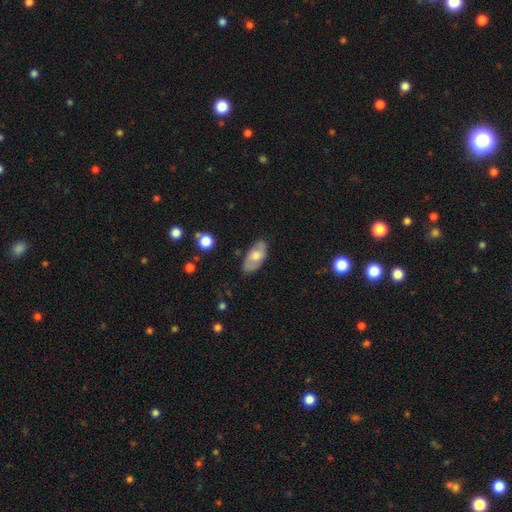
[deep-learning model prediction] smooth-or-featured: smooth: 55% | featured or disk: 39% | star or artifact: 7%
  how-rounded: in between: 90% | cigar-shaped: 6% | round: 4%
  merging: none: 77% | minor disturbance: 17% | major disturbance: 4% | merger: 2%